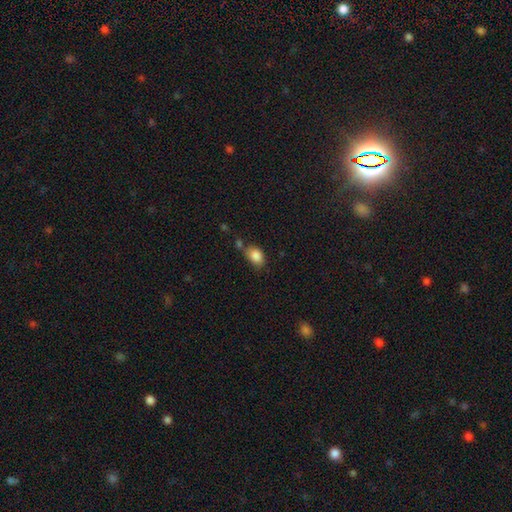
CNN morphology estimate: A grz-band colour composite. It shows a smooth galaxy with no disk features (86%) that is in between round and cigar-shaped (75%). Merging: none (57%).